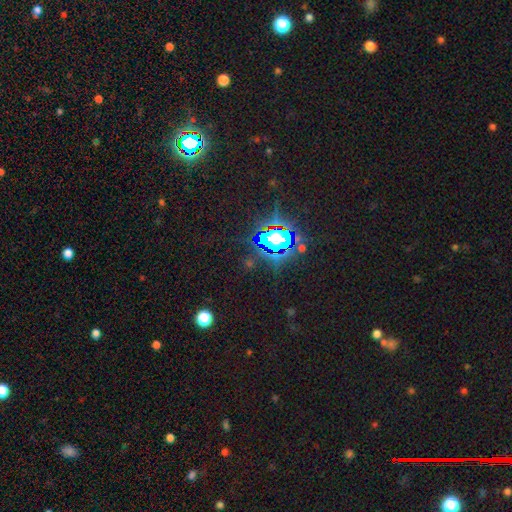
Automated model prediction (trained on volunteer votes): Overall: star or artifact (81%).